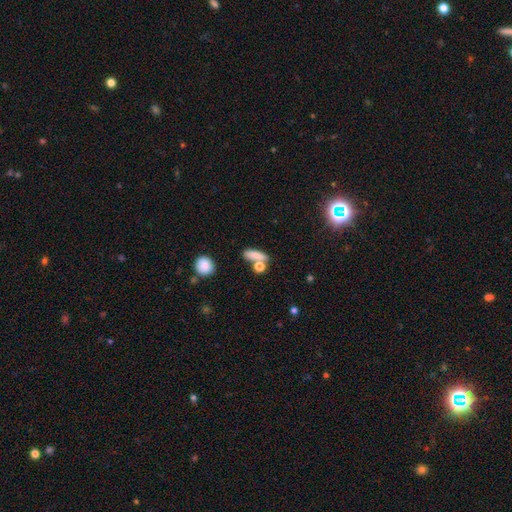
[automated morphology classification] This appears to be a smooth galaxy with no disk features (78%) that is in between round and cigar-shaped (44%). Merging: none (58%).